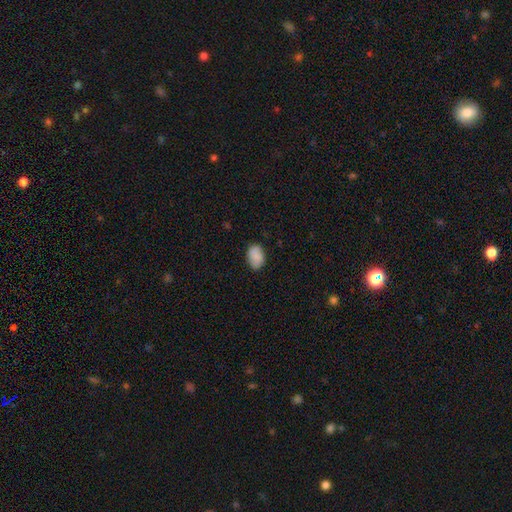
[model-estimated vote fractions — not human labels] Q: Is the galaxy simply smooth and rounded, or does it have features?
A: smooth — 81%.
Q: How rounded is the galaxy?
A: in between — 84%.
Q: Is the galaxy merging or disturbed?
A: none — 82%.